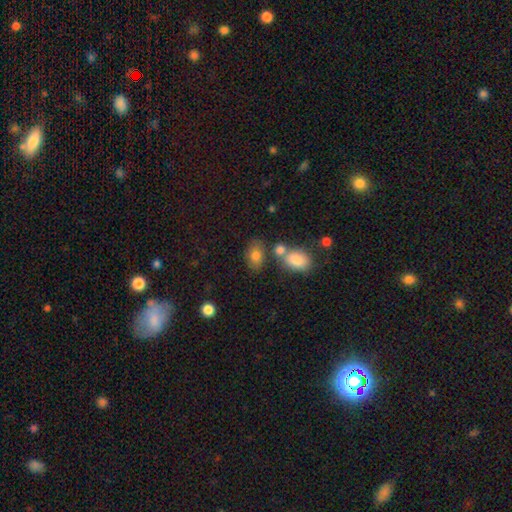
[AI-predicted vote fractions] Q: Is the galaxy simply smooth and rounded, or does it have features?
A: smooth — 79%.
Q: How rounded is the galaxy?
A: in between — 83%.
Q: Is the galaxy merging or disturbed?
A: none — 61%.